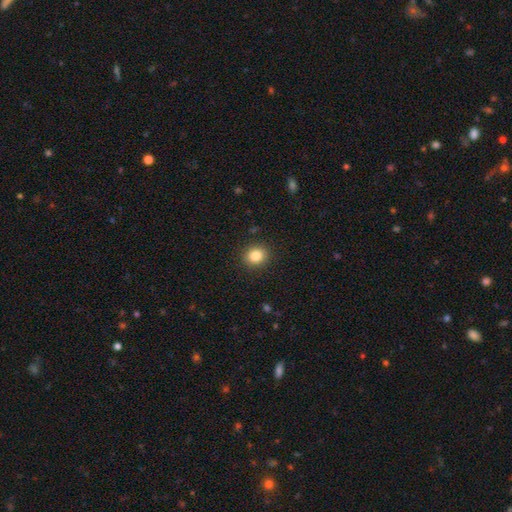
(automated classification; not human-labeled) A smooth galaxy with no disk features (84%) that is round (81%). Merging: none (91%).